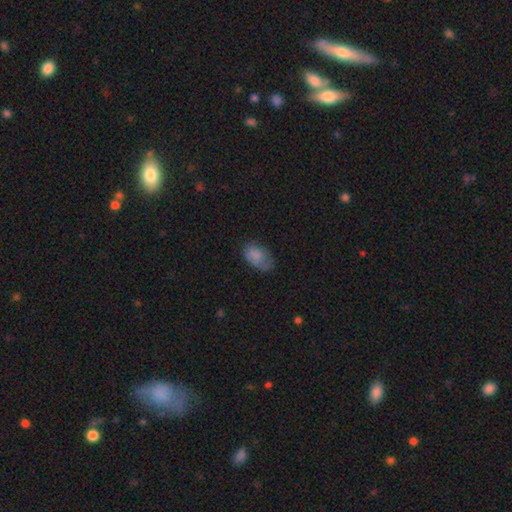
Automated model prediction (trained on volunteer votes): Morphology: type=smooth (80%); roundness=in between (90%); merging=none (56%).